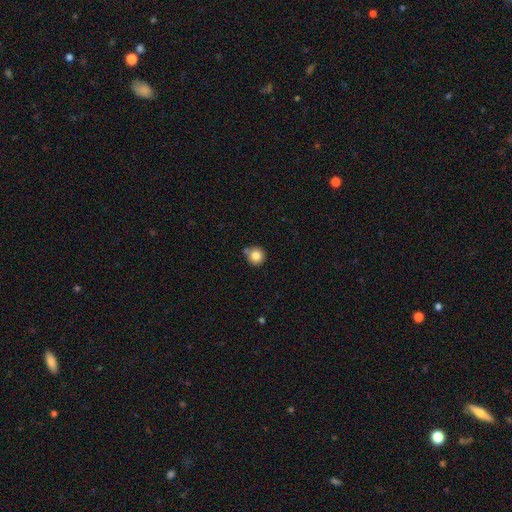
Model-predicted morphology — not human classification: The model was most divided on "merging": none: 75%, merger: 12%, minor disturbance: 10%, major disturbance: 2%. More confident: how rounded — round (94%); smooth or featured — smooth (83%).